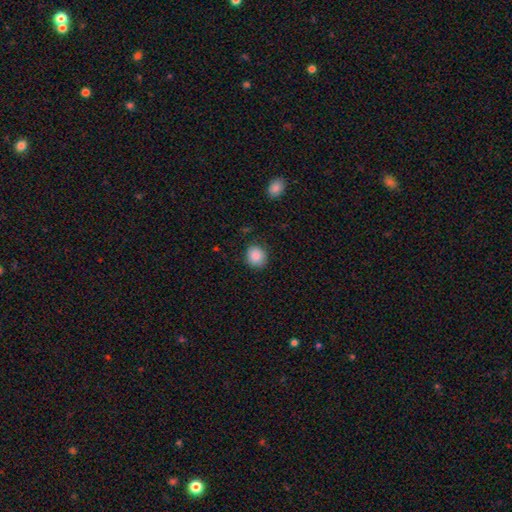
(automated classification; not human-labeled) Smooth or featured? smooth (88%)
How rounded? round (82%)
Merging? none (86%)